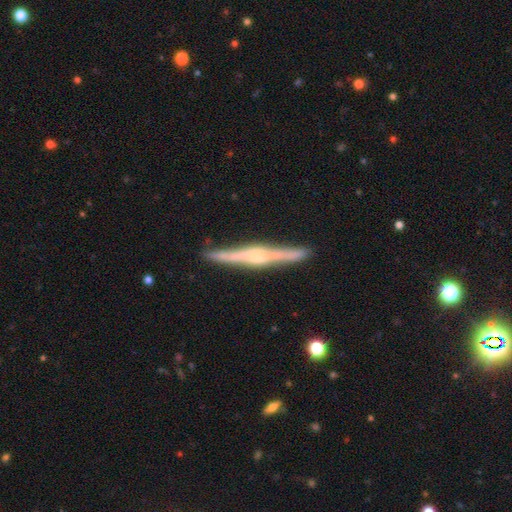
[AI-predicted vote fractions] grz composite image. It shows a featured or disk galaxy (80%) viewed edge-on (98%) with a rounded central bulge (54%). Merging: none (89%).